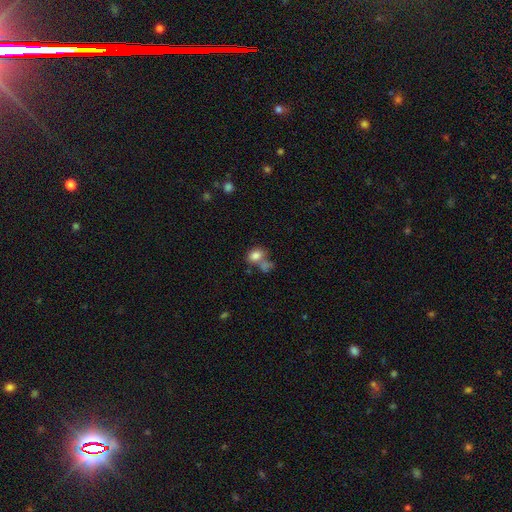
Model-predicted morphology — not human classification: A smooth galaxy with no disk features (80%) that is in between round and cigar-shaped (68%). Merging: none (42%).